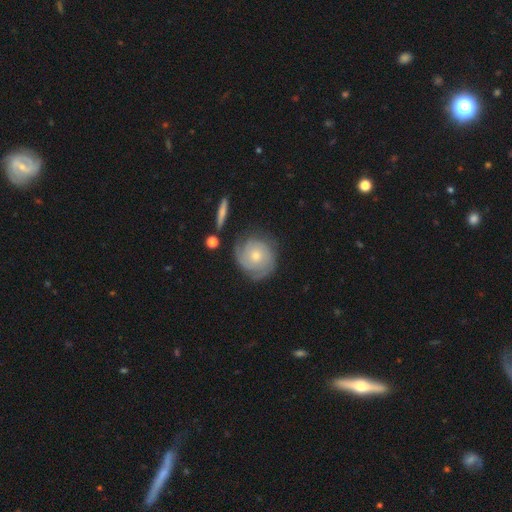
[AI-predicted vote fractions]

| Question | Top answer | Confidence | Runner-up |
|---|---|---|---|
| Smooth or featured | featured or disk | 73% | smooth (21%) |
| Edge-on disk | no | 97% | yes (3%) |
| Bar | no | 80% | weak (17%) |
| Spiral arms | yes | 92% | no (8%) |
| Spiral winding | tight | 71% | medium (23%) |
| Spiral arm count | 2 | 44% | can't tell (25%) |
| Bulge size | small | 48% | moderate (47%) |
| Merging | none | 74% | minor disturbance (17%) |